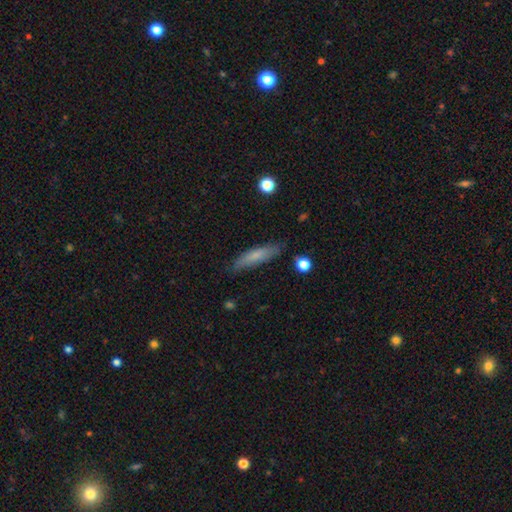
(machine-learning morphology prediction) Overall: smooth (72%). How rounded: cigar-shaped (78%). Merging: none (83%).